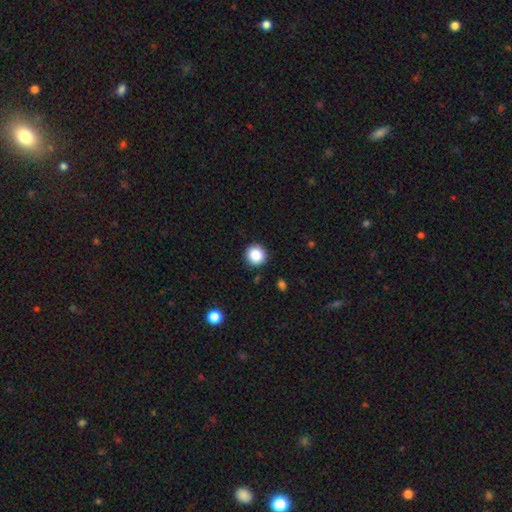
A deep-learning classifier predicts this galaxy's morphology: A smooth galaxy with no disk features (86%) that is round (94%). Merging: none (91%).